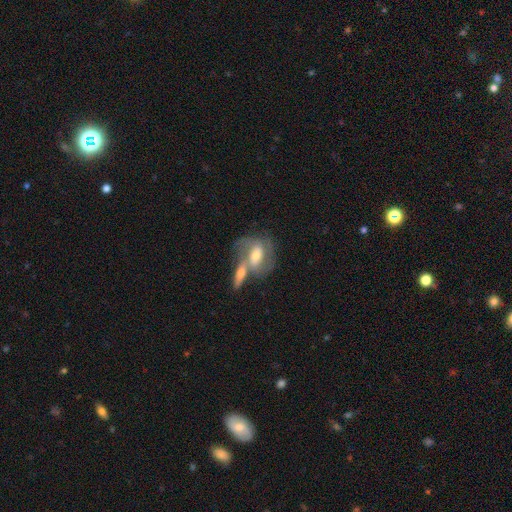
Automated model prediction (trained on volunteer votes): Smooth or featured? Predicted: featured or disk (p=0.67). Edge-on disk? Predicted: no (p=0.92). Bar? Predicted: weak (p=0.45). Spiral arms? Predicted: yes (p=0.80). Bulge size? Predicted: moderate (p=0.59). Merging? Predicted: merger (p=0.52).